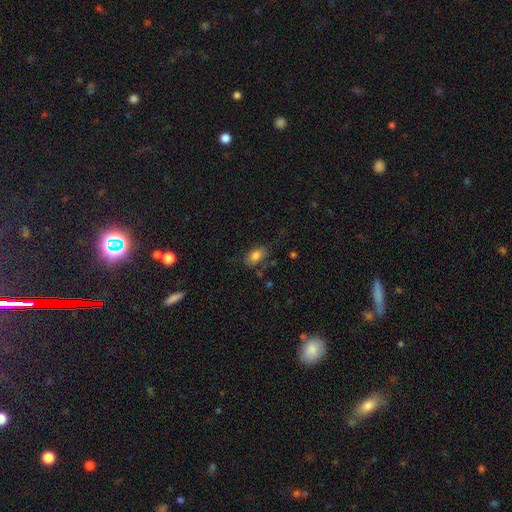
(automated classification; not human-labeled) Smooth or featured? Predicted: smooth (p=0.80). How rounded? Predicted: in between (p=0.88). Merging? Predicted: none (p=0.70).